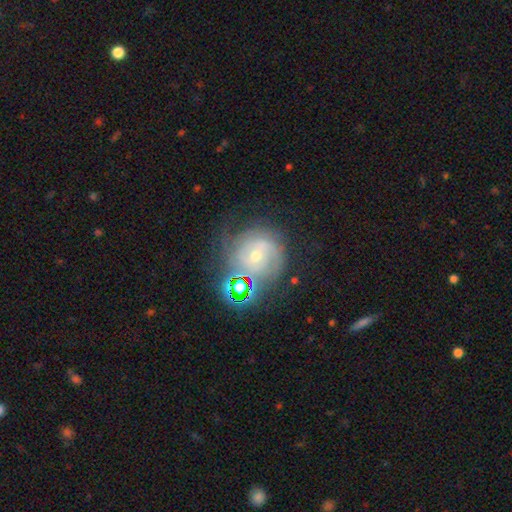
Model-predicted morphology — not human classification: Smooth or featured? featured or disk (69%)
Edge-on disk? no (97%)
Bar? no (55%)
Spiral arms? yes (88%)
Spiral winding? tight (60%)
Spiral arm count? can't tell (41%)
Bulge size? small (54%)
Merging? none (58%)